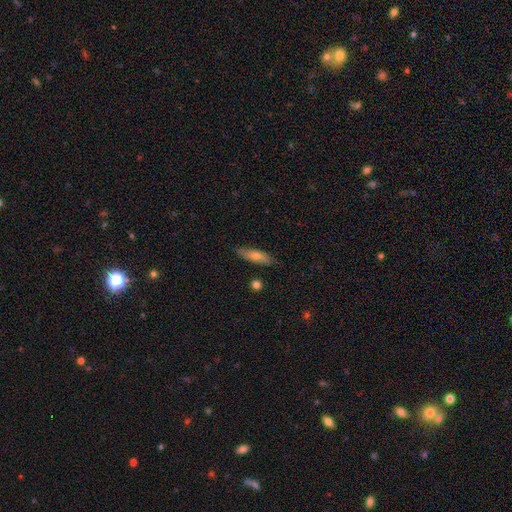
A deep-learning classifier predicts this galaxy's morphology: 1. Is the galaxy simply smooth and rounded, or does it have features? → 61% smooth, 31% featured or disk, 7% star or artifact.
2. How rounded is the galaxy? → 66% cigar-shaped, 31% in between, 3% round.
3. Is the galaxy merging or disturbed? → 84% none, 12% minor disturbance, 2% major disturbance, 2% merger.